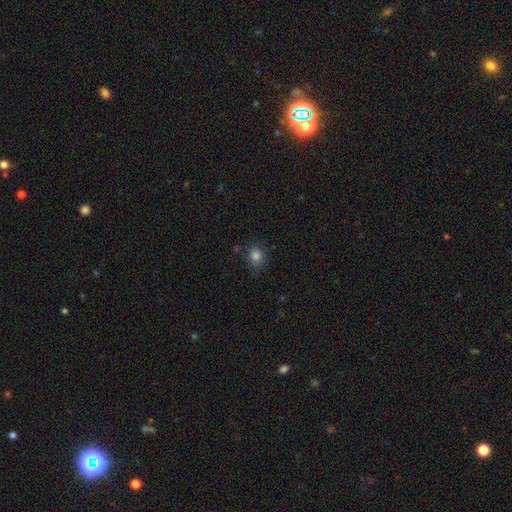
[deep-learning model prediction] Overall: smooth (82%). How rounded: round (77%). Merging: none (79%).